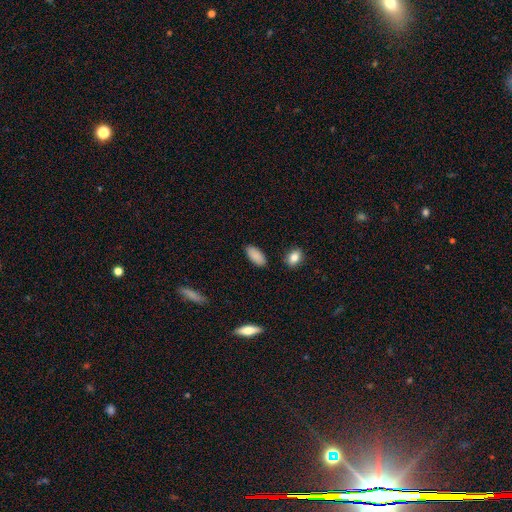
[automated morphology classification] A smooth galaxy with no disk features (89%) that is in between round and cigar-shaped (89%).

Vote fractions:
- Smooth or featured? smooth: 89% / star or artifact: 7% / featured or disk: 5%
- How rounded? in between: 89% / cigar-shaped: 9% / round: 2%
- Merging? none: 86% / minor disturbance: 10% / major disturbance: 2% / merger: 2%